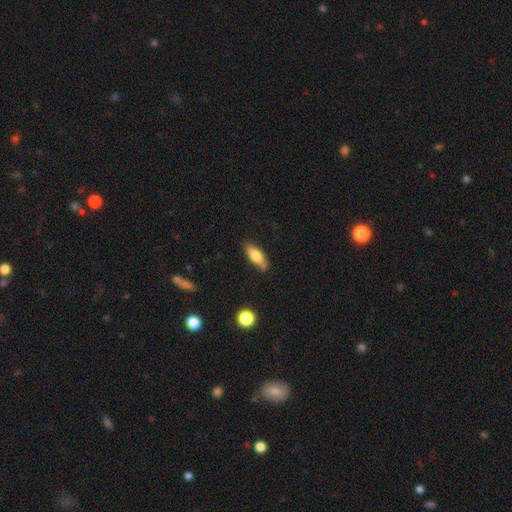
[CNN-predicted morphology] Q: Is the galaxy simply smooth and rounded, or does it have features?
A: smooth — 69%.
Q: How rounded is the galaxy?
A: in between — 65%.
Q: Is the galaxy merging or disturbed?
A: none — 79%.